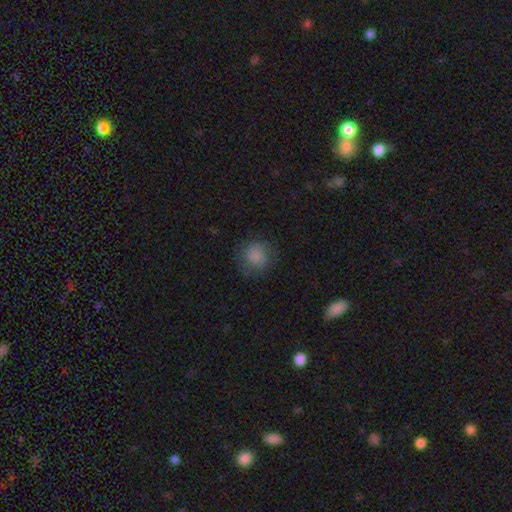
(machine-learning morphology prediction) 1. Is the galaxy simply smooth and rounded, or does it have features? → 81% smooth, 10% featured or disk, 9% star or artifact.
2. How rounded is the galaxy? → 89% round, 11% in between, 1% cigar-shaped.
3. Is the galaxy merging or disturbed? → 76% none, 16% minor disturbance, 7% major disturbance, 1% merger.